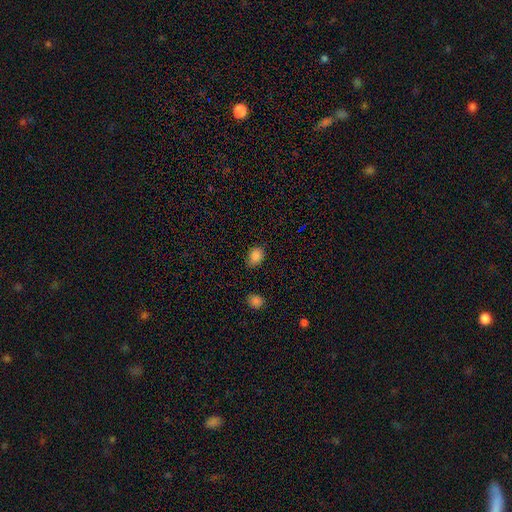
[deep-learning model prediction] Smooth or featured? smooth (85%)
How rounded? in between (57%)
Merging? none (77%)